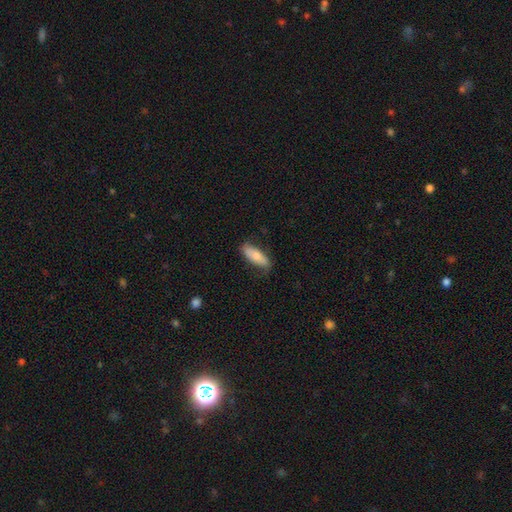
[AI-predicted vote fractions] smooth_or_featured: smooth (p=0.74) [alt: featured or disk p=0.21]
how_rounded: in between (p=0.64) [alt: cigar-shaped p=0.34]
merging: none (p=0.74) [alt: minor disturbance p=0.20]